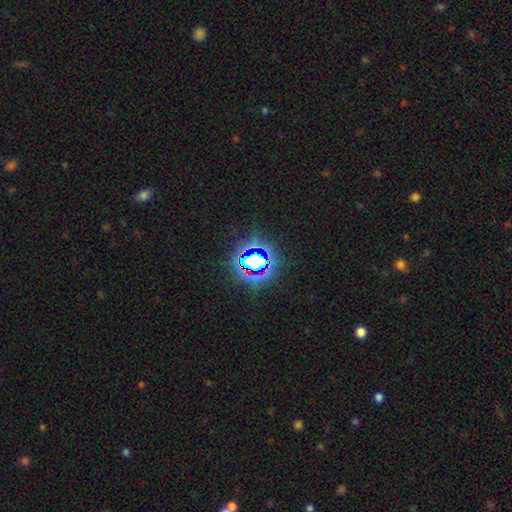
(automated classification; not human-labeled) This appears to be a star or artifact, not a galaxy (79%).